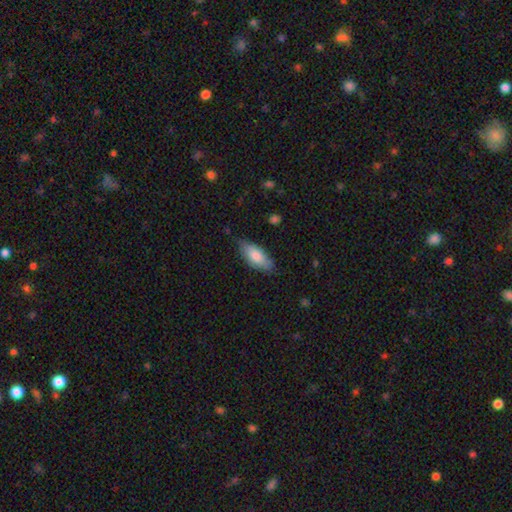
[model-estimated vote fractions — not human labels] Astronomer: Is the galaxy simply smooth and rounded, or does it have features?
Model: smooth — 80%.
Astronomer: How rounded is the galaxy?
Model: in between — 81%.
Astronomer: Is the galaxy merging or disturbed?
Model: none — 75%.